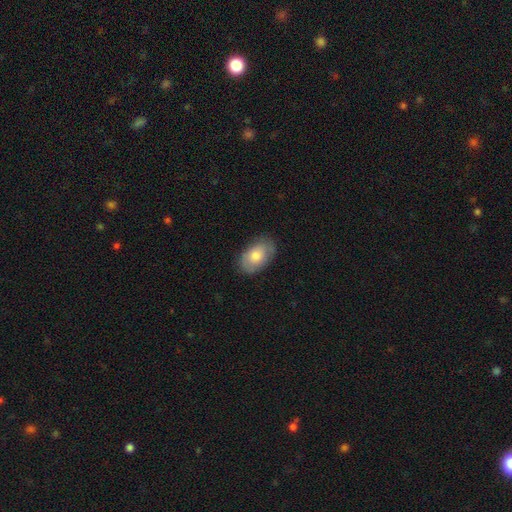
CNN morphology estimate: type=smooth (70%); roundness=in between (91%); merging=none (80%).